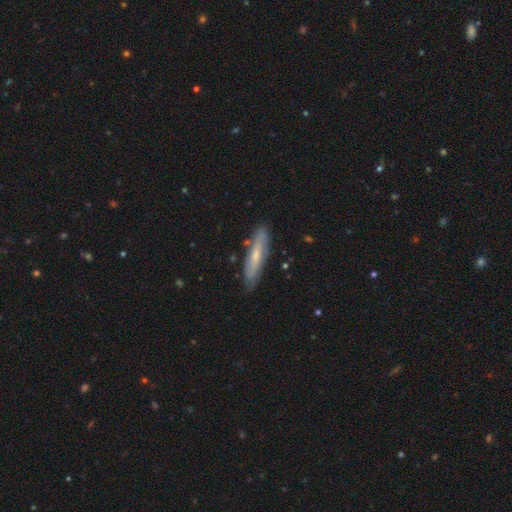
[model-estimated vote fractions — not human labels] Overall: featured or disk (48%; smooth 46%). Merging: none (82%).